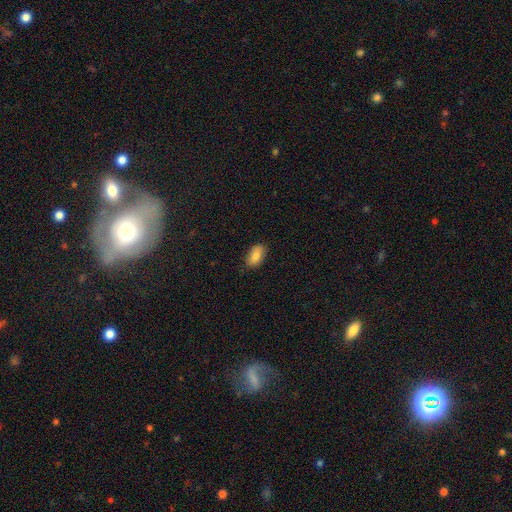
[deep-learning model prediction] Smooth or featured? Predicted: smooth (p=0.83). How rounded? Predicted: in between (p=0.92). Merging? Predicted: none (p=0.82).